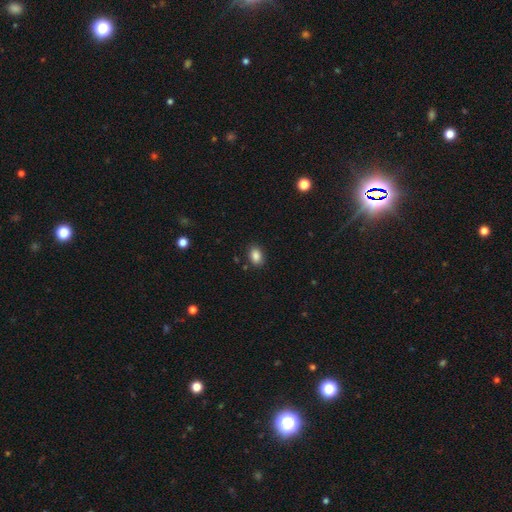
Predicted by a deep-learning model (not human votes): smooth-or-featured: smooth: 87% | star or artifact: 9% | featured or disk: 4%
  how-rounded: in between: 80% | round: 19% | cigar-shaped: 1%
  merging: none: 87% | minor disturbance: 9% | major disturbance: 2% | merger: 1%